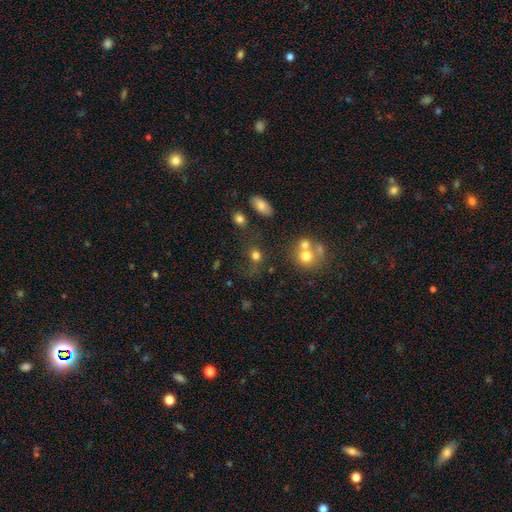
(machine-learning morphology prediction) Smooth or featured? Predicted: smooth (p=0.76). How rounded? Predicted: round (p=0.68). Merging? Predicted: none (p=0.54).